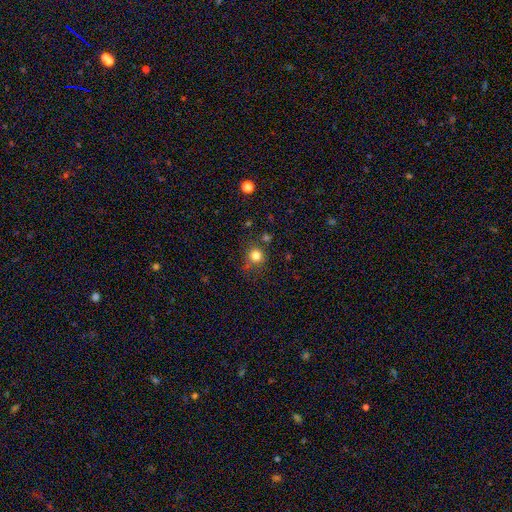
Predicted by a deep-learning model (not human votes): Morphology: type=smooth (81%); roundness=round (92%); merging=none (76%).